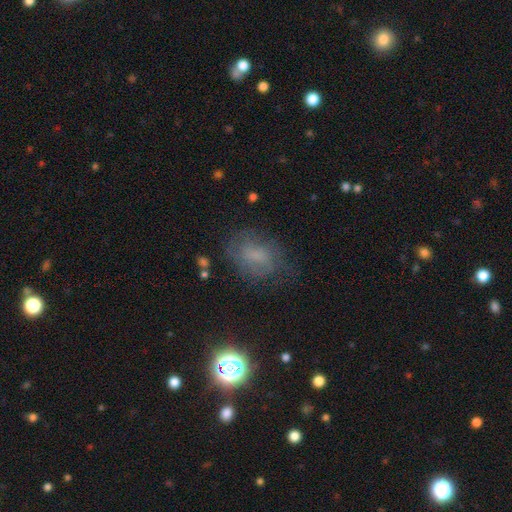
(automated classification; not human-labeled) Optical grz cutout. It shows a smooth galaxy with no disk features (49%). Merging: none (64%).